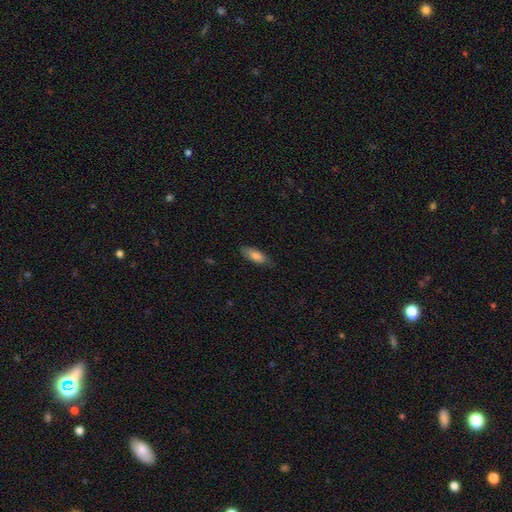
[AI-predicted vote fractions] Overall: smooth (82%). How rounded: in between (73%). Merging: none (77%).